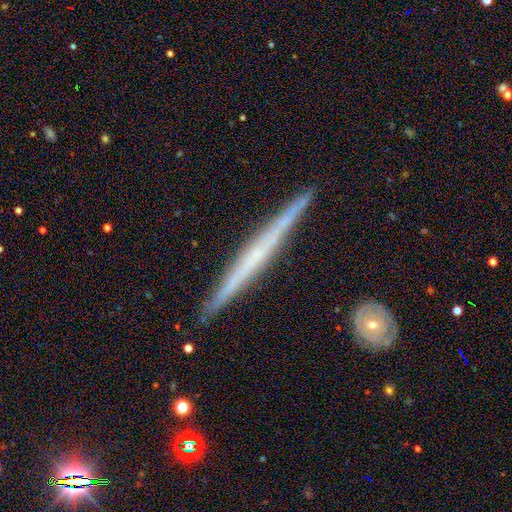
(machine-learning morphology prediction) A featured or disk galaxy (69%) viewed edge-on (97%) with no central bulge (78%). Merging: none (90%).